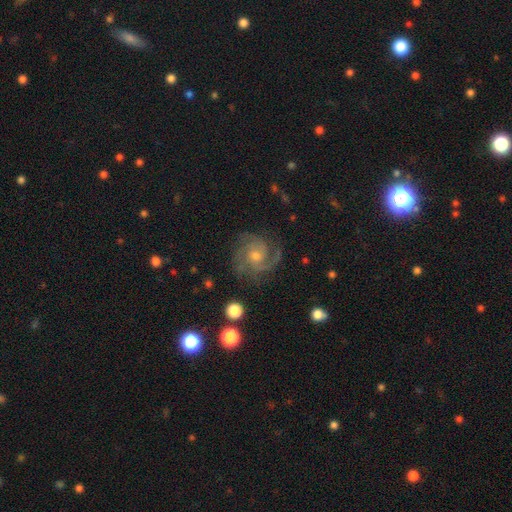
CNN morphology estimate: Smooth or featured? featured or disk (87%)
Edge-on disk? no (98%)
Bar? no (70%)
Spiral arms? yes (98%)
Spiral winding? tight (51%)
Spiral arm count? 3 (39%)
Bulge size? small (49%)
Merging? none (77%)